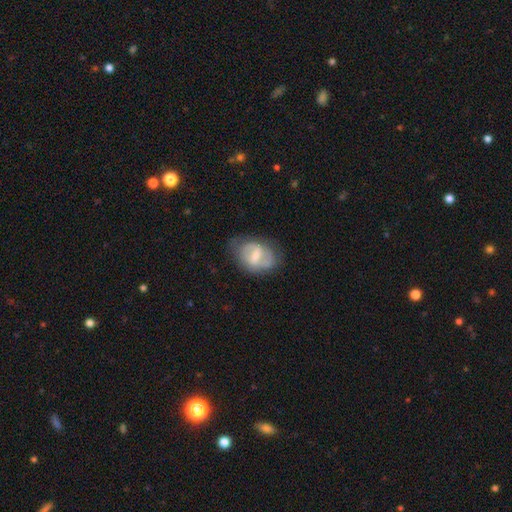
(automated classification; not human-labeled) featured or disk 54%, smooth 40%, star or artifact 7%. Down the decision tree: edge-on disk — no (96%); bar — weak (46%); spiral arms — yes (51%); bulge size — moderate (43%); merging — none (58%).